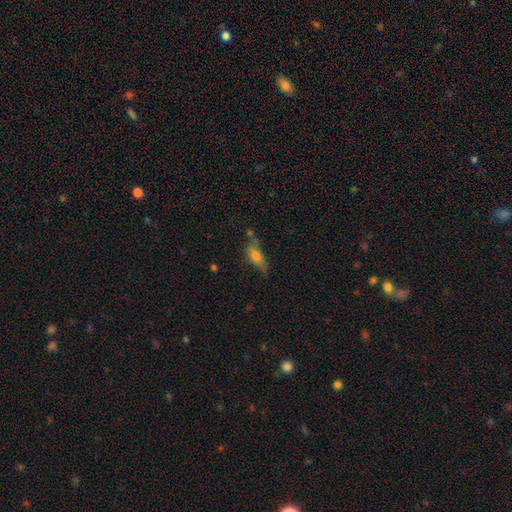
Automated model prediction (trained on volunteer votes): The model was most divided on "how rounded": in between: 57%, cigar-shaped: 39%, round: 4%. More confident: smooth or featured — smooth (59%); merging — none (51%).